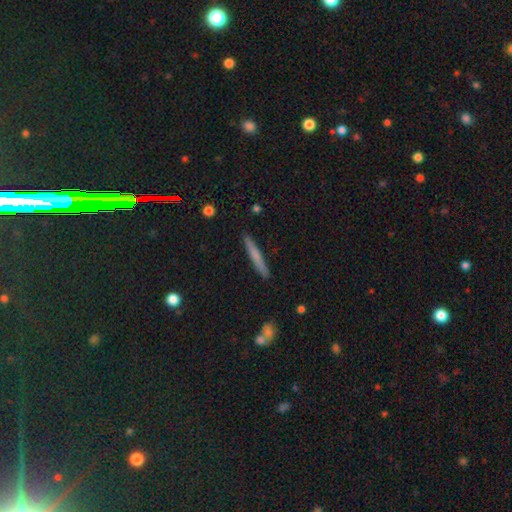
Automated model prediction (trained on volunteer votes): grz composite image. It shows a smooth galaxy with no disk features (66%) that is cigar-shaped (96%). Merging: none (90%).